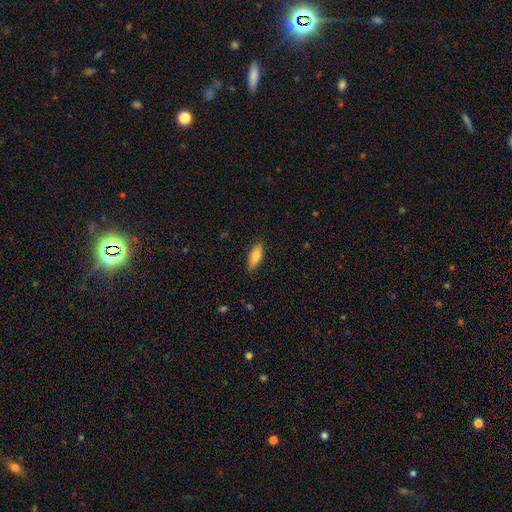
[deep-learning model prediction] Smooth or featured? Predicted: smooth (p=0.73). How rounded? Predicted: in between (p=0.60). Merging? Predicted: none (p=0.86).